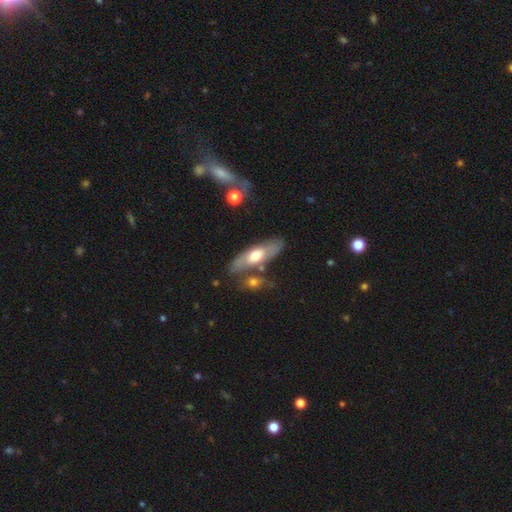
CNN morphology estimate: A smooth galaxy with no disk features (48%). Merging: none (69%).